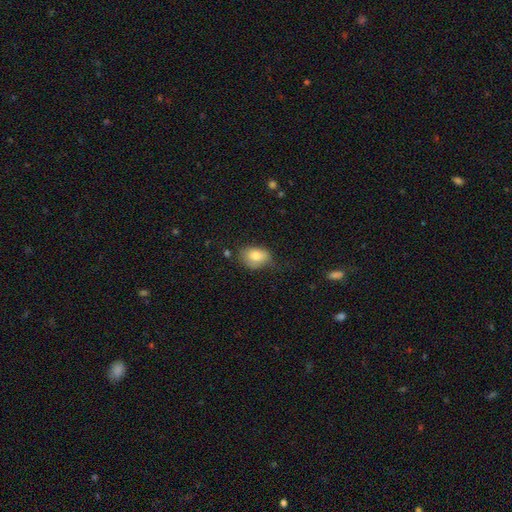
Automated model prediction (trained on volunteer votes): Overall: smooth (79%). How rounded: in between (78%). Merging: none (57%; minor disturbance 31%).